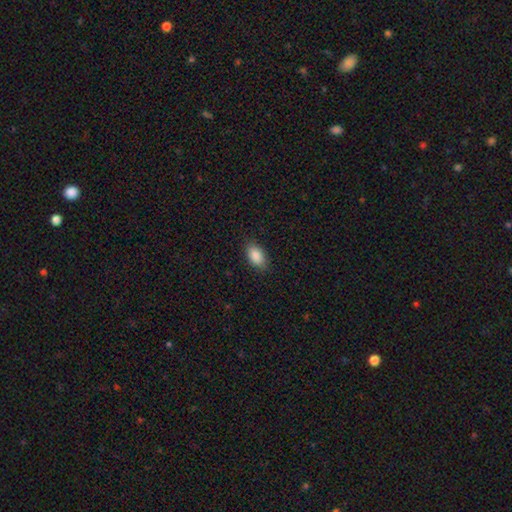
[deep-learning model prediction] This is clearly a smooth galaxy (89%). How rounded: clearly in between (92%). Merging: clearly none (86%).